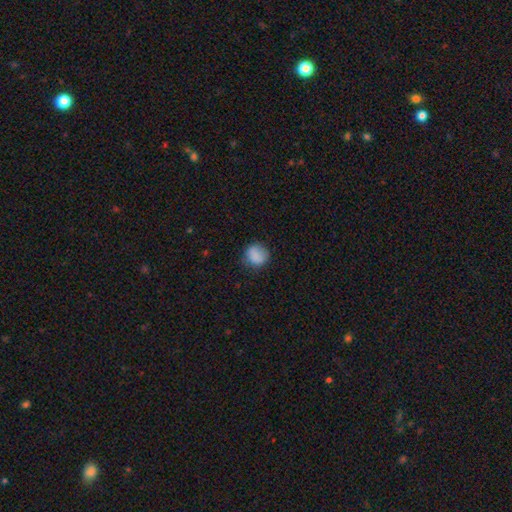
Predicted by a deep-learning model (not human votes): Smooth or featured?
  - smooth: 84% *
  - star or artifact: 9%
  - featured or disk: 7%
How rounded?
  - round: 80% *
  - in between: 19%
  - cigar-shaped: 1%
Merging?
  - none: 76% *
  - minor disturbance: 18%
  - major disturbance: 5%
  - merger: 1%